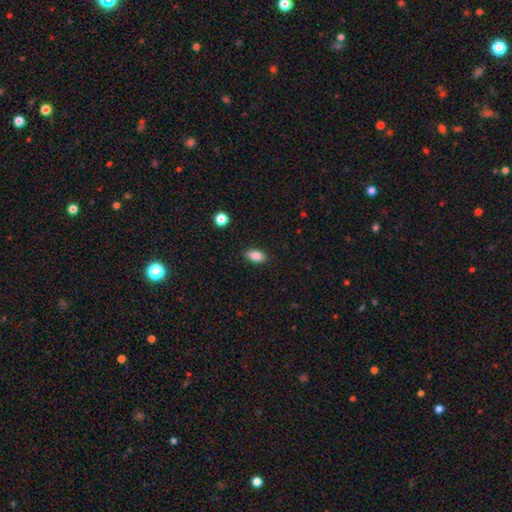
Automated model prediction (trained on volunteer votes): Smooth or featured? smooth (85%)
How rounded? in between (91%)
Merging? none (88%)